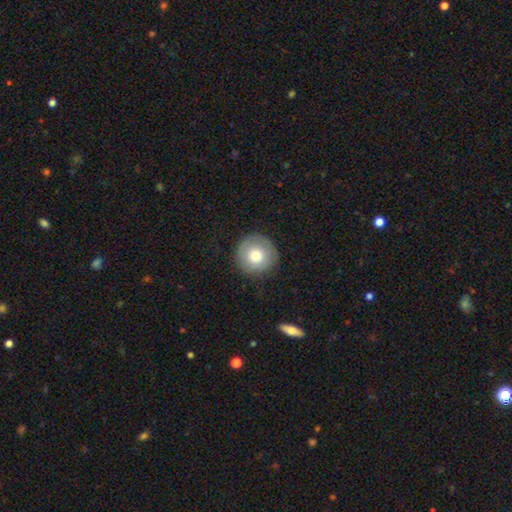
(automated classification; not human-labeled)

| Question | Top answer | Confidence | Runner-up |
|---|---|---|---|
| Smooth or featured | smooth | 74% | featured or disk (19%) |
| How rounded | round | 95% | in between (4%) |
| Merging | none | 85% | minor disturbance (10%) |